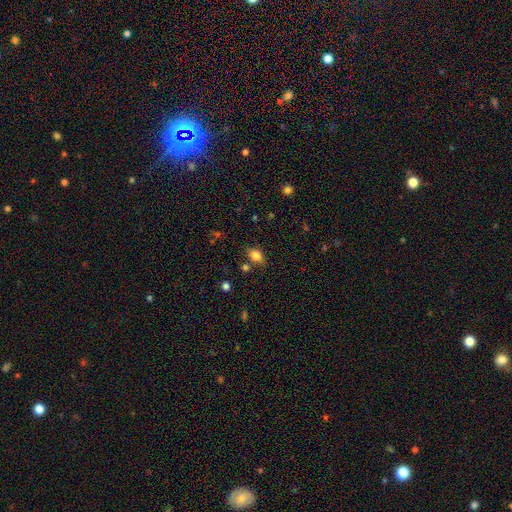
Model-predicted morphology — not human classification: Q: Smooth or featured?
A: smooth (80%); runner-up: star or artifact (10%)
Q: How rounded?
A: in between (79%); runner-up: round (17%)
Q: Merging?
A: none (73%); runner-up: minor disturbance (16%)